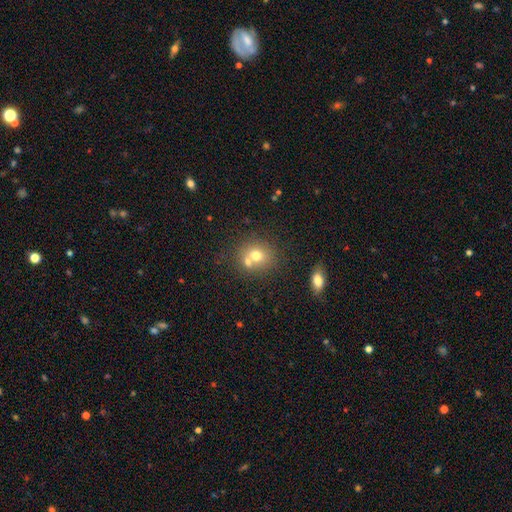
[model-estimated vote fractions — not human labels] smooth 69%, featured or disk 19%, star or artifact 12%. Down the decision tree: how rounded — round (77%); merging — none (50%).